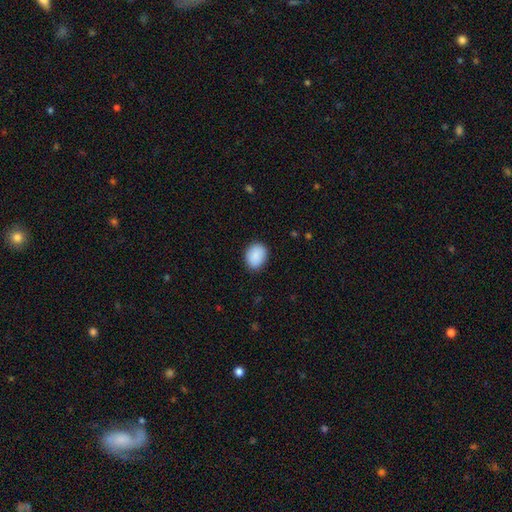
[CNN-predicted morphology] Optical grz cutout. It shows a smooth galaxy with no disk features (90%) that is in between round and cigar-shaped (61%). Merging: none (87%).